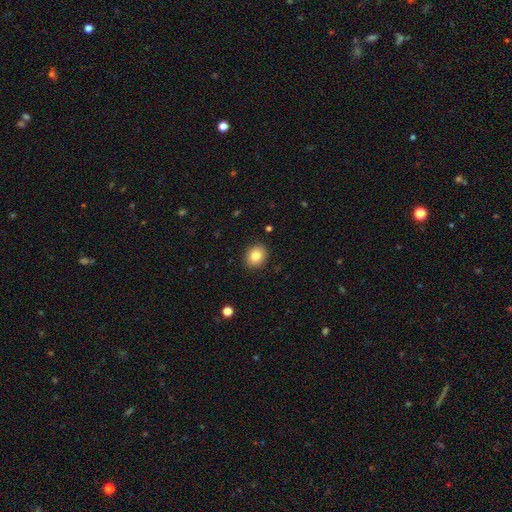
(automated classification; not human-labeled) A smooth galaxy with no disk features (83%) that is round (64%). Merging: none (90%).